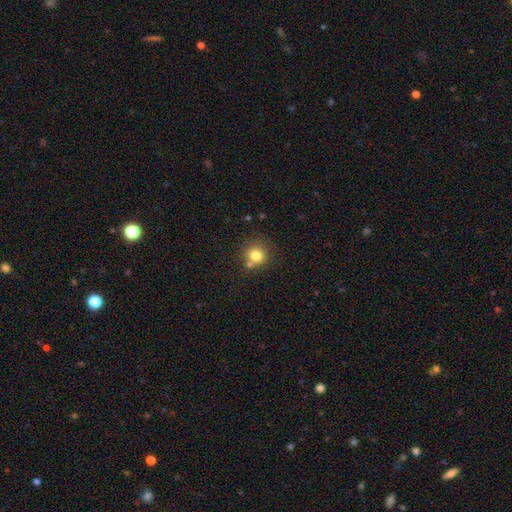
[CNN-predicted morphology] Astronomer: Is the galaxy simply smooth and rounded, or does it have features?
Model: smooth — 79%.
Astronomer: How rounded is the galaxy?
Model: round — 90%.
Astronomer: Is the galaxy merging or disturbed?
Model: none — 67%.